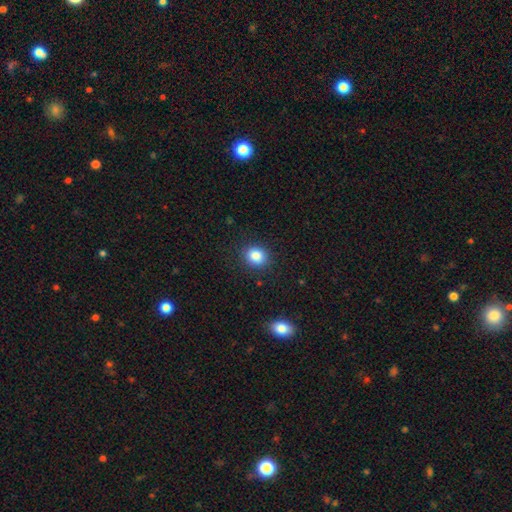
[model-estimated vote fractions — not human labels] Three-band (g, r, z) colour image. It shows a smooth galaxy with no disk features (84%) that is round (73%). Merging: none (88%).